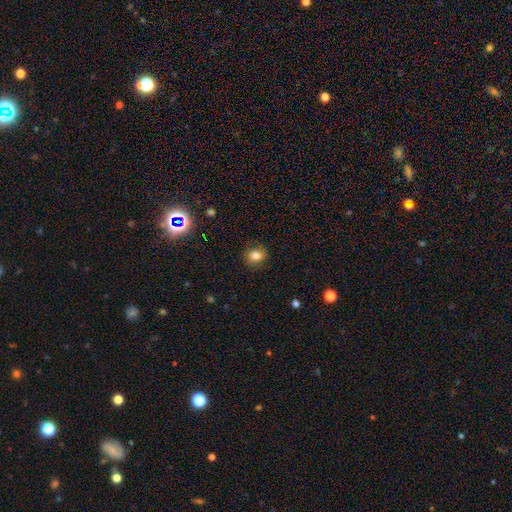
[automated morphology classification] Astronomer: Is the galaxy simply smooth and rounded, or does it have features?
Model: smooth — 79%.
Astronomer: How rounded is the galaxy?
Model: round — 68%.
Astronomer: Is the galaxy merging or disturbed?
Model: none — 88%.